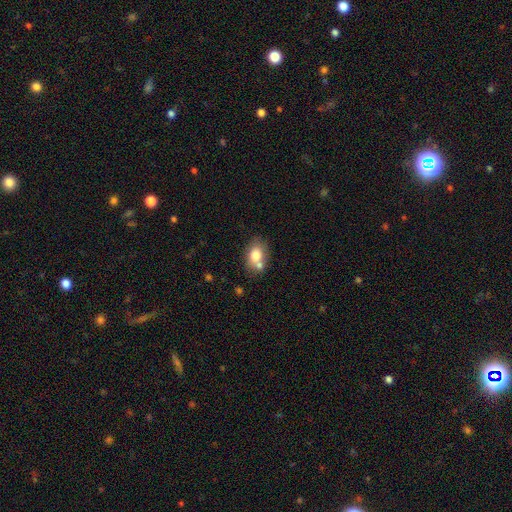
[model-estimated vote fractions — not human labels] Smooth or featured?
  - smooth: 75% *
  - featured or disk: 16%
  - star or artifact: 9%
How rounded?
  - in between: 73% *
  - round: 26%
  - cigar-shaped: 1%
Merging?
  - none: 54% *
  - merger: 28%
  - minor disturbance: 14%
  - major disturbance: 4%